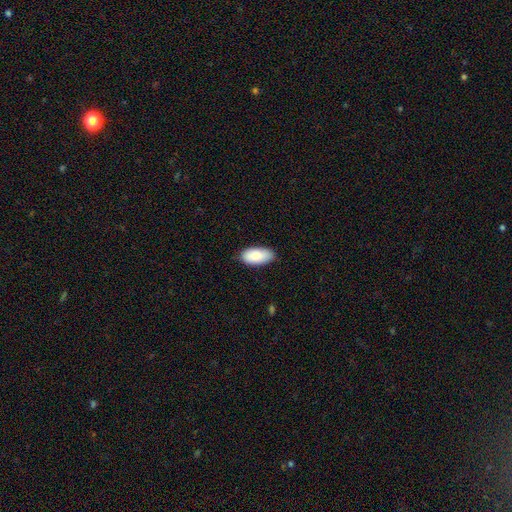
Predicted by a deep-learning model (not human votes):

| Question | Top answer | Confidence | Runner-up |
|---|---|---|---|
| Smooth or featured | smooth | 87% | featured or disk (7%) |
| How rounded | in between | 95% | cigar-shaped (3%) |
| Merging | none | 83% | minor disturbance (14%) |